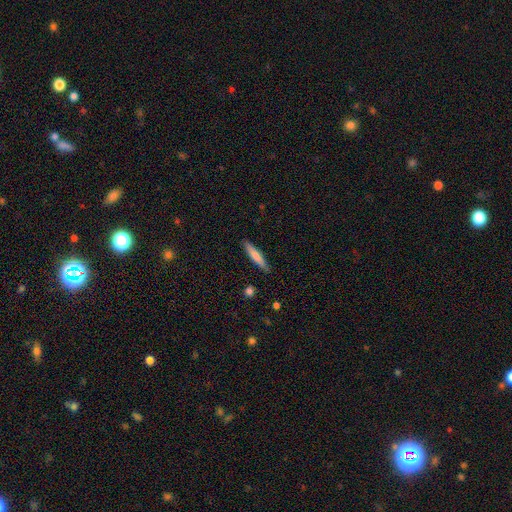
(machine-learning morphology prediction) Smooth or featured?
  - smooth: 68% *
  - featured or disk: 26%
  - star or artifact: 6%
How rounded?
  - cigar-shaped: 89% *
  - in between: 9%
  - round: 1%
Merging?
  - none: 88% *
  - minor disturbance: 9%
  - major disturbance: 2%
  - merger: 1%